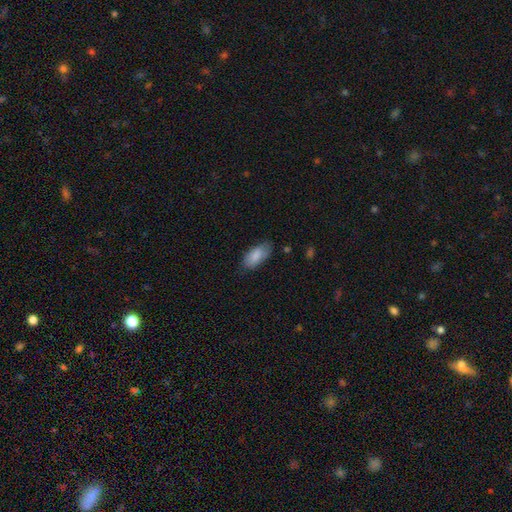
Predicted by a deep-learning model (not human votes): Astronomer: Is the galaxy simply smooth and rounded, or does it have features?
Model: smooth — 85%.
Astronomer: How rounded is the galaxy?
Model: in between — 90%.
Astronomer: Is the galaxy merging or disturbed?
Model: none — 69%.